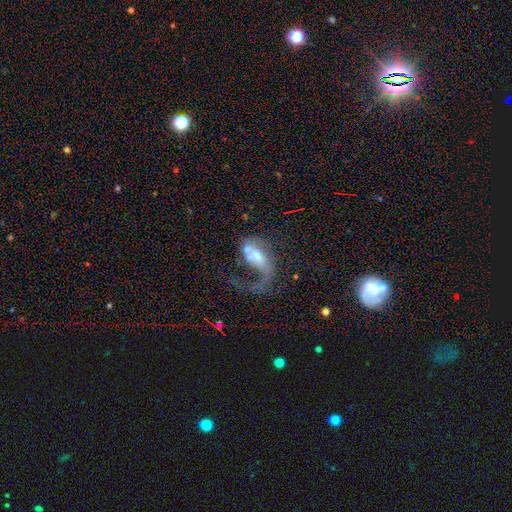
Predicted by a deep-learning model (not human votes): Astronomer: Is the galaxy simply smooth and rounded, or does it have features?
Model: featured or disk — 61%.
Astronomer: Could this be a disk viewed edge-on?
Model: no — 94%.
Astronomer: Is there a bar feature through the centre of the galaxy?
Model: no — 52% (runner-up: weak, 33%).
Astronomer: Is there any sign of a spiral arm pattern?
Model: yes — 61% (runner-up: no, 39%).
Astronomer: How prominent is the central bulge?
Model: moderate — 49% (runner-up: small, 26%).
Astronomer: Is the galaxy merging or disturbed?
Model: major disturbance — 50%.